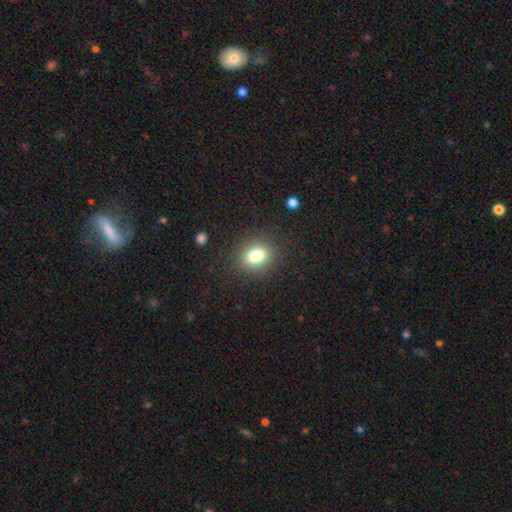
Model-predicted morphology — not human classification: Q: Smooth or featured?
A: smooth (80%); runner-up: star or artifact (11%)
Q: How rounded?
A: round (52%); runner-up: in between (47%)
Q: Merging?
A: none (87%); runner-up: minor disturbance (9%)